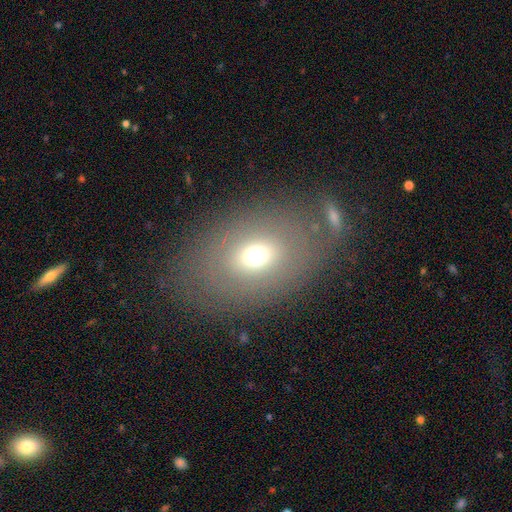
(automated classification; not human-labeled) Smooth or featured? smooth (63%)
How rounded? in between (74%)
Merging? none (71%)